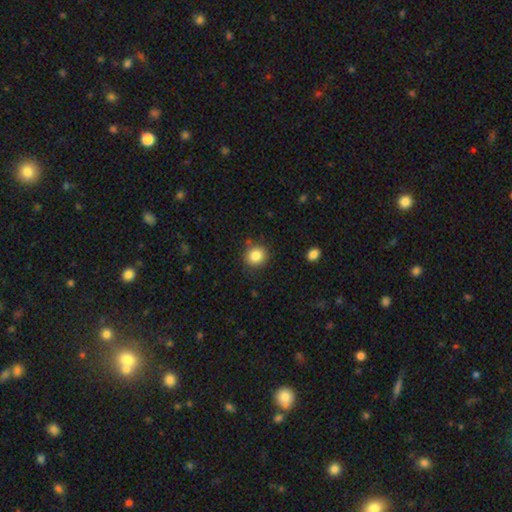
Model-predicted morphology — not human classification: Overall: smooth (84%). How rounded: round (86%). Merging: none (85%).